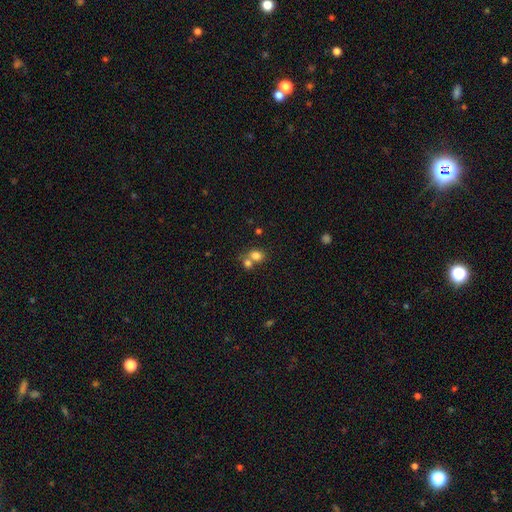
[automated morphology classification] type=smooth (78%); roundness=round (50%); merging=merger (50%).